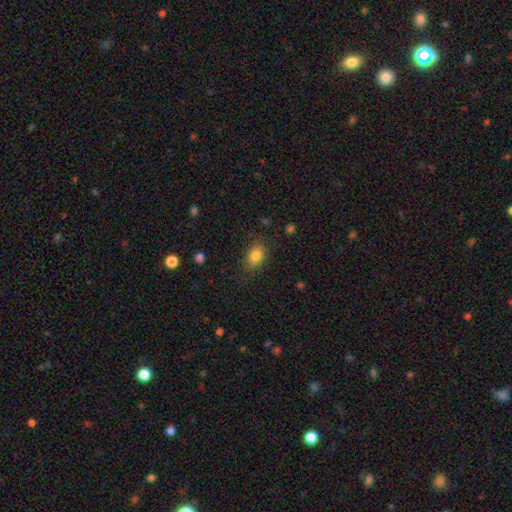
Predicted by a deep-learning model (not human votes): This is clearly a smooth galaxy (83%). How rounded: likely in between (72%). Merging: clearly none (83%).